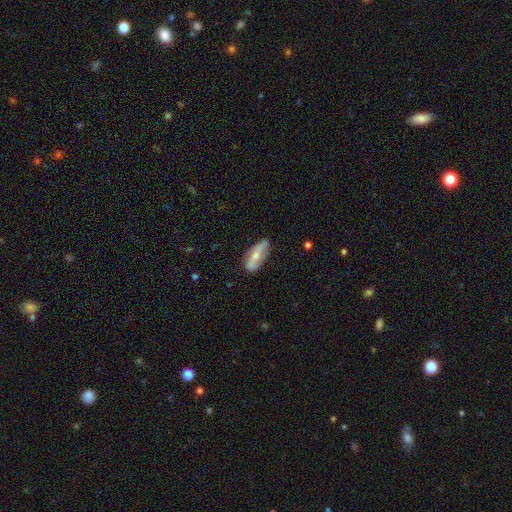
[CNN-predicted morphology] This is possibly a featured or disk galaxy (47%, tied with smooth). Merging: likely none (68%).